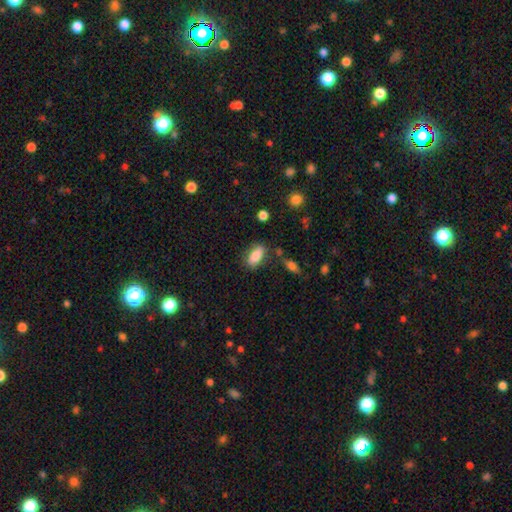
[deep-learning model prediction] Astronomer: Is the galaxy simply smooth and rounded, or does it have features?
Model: smooth — 84%.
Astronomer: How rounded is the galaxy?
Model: in between — 88%.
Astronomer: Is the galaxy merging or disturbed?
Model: none — 74%.